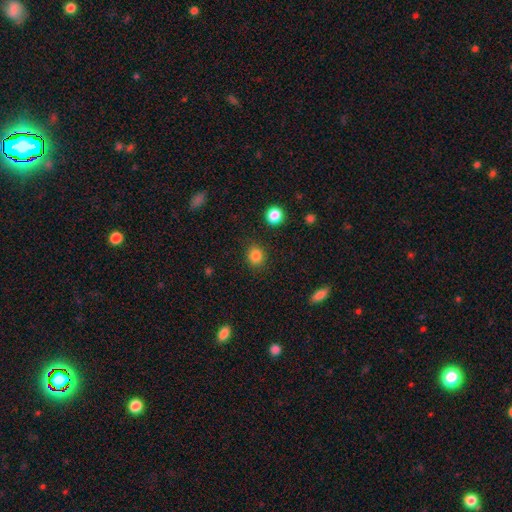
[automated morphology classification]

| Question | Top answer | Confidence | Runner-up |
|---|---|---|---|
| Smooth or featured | smooth | 84% | star or artifact (11%) |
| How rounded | round | 78% | in between (21%) |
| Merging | none | 88% | minor disturbance (7%) |